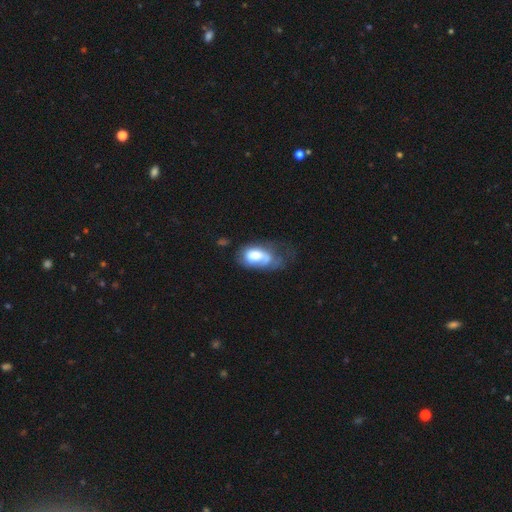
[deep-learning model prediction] Q: Smooth or featured?
A: smooth (57%); runner-up: featured or disk (35%)
Q: How rounded?
A: in between (90%); runner-up: round (8%)
Q: Merging?
A: major disturbance (39%); runner-up: minor disturbance (29%)